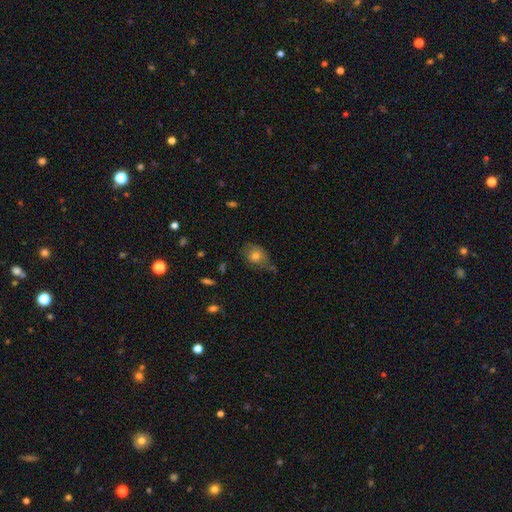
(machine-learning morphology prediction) A smooth galaxy with no disk features (72%) that is in between round and cigar-shaped (58%). Merging: none (48%).